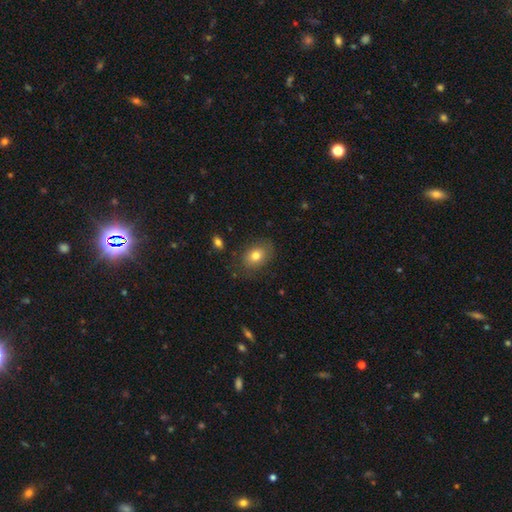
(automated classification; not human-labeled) smooth_or_featured: smooth (p=0.78) [alt: featured or disk p=0.13]
how_rounded: in between (p=0.71) [alt: round p=0.28]
merging: none (p=0.79) [alt: minor disturbance p=0.15]